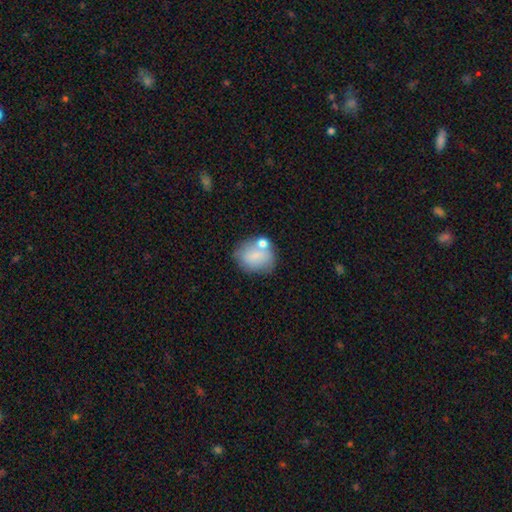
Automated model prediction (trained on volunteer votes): Q: Smooth or featured?
A: smooth (74%); runner-up: featured or disk (17%)
Q: How rounded?
A: round (53%); runner-up: in between (46%)
Q: Merging?
A: none (52%); runner-up: merger (22%)